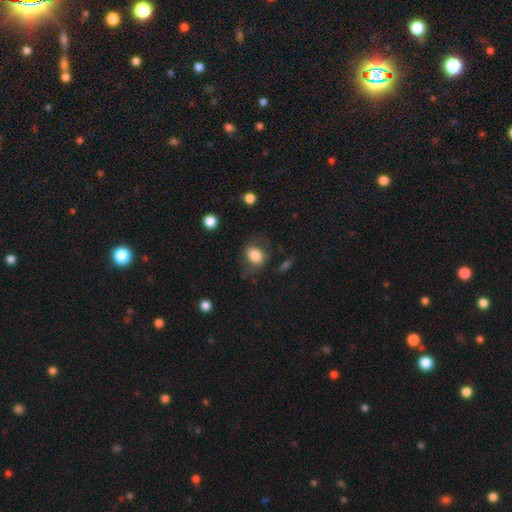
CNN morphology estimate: This appears to be a smooth galaxy with no disk features (80%) that is in between round and cigar-shaped (55%). Merging: none (61%).